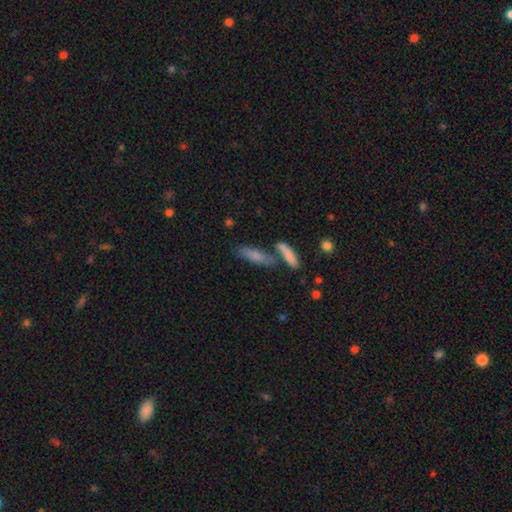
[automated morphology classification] A smooth galaxy with no disk features (70%) that is cigar-shaped (65%).

Vote fractions:
- Smooth or featured? smooth: 70% / featured or disk: 22% / star or artifact: 8%
- How rounded? cigar-shaped: 65% / in between: 32% / round: 3%
- Merging? none: 58% / merger: 26% / minor disturbance: 12% / major disturbance: 4%